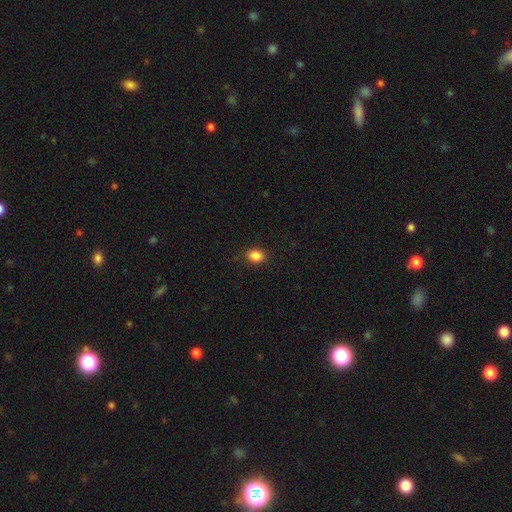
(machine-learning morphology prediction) type=smooth (86%); roundness=in between (65%); merging=none (86%).